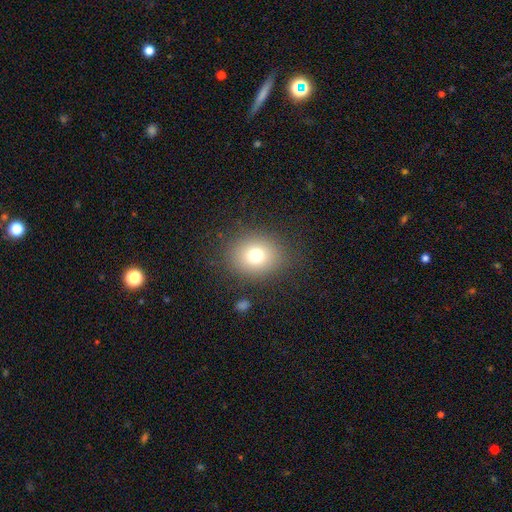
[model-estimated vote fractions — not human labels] smooth-or-featured: smooth: 74% | star or artifact: 15% | featured or disk: 11%
  how-rounded: round: 66% | in between: 33% | cigar-shaped: 1%
  merging: none: 85% | minor disturbance: 9% | major disturbance: 5% | merger: 1%